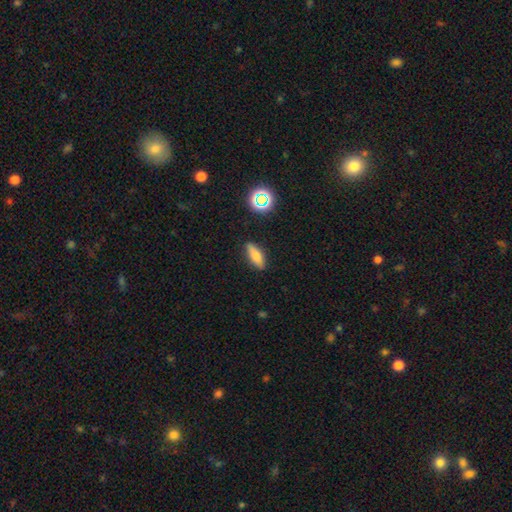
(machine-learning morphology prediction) This is likely a smooth galaxy (69%). How rounded: possibly in between (51%). Merging: clearly none (85%).